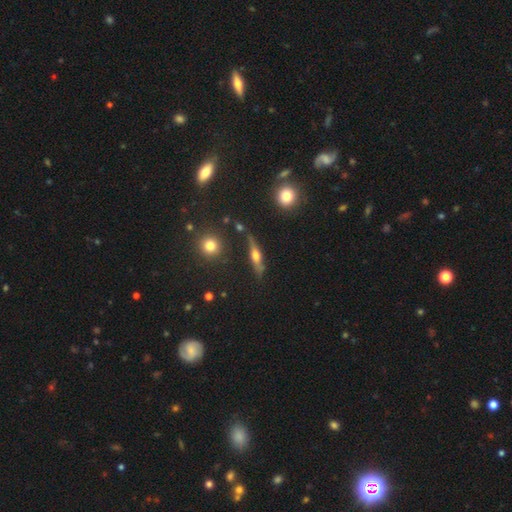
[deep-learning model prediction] This is likely a featured or disk galaxy (61%). It is clearly viewed edge-on (91%). Edge-on bulge: clearly rounded (88%). Merging: likely none (76%).